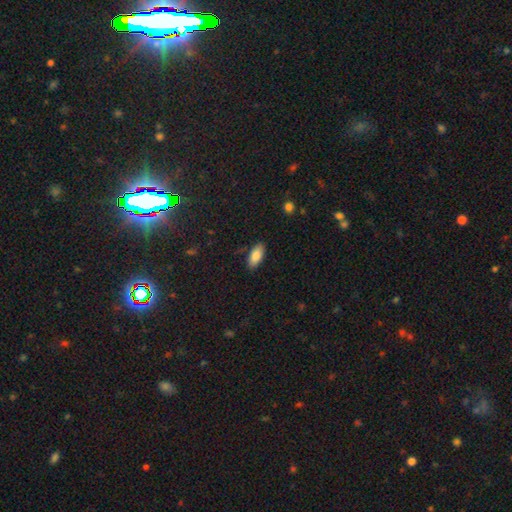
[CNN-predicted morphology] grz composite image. It shows a smooth galaxy with no disk features (85%) that is in between round and cigar-shaped (89%). Merging: none (86%).